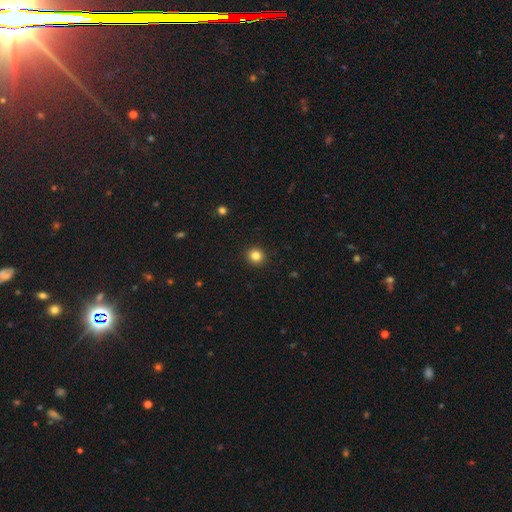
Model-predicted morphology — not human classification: This is clearly a smooth galaxy (83%). How rounded: clearly round (91%). Merging: clearly none (93%).